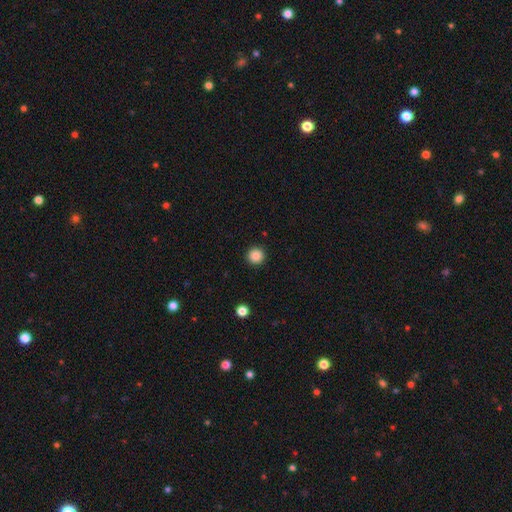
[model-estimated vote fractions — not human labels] Smooth or featured?
  - smooth: 87% *
  - star or artifact: 10%
  - featured or disk: 3%
How rounded?
  - round: 95% *
  - in between: 4%
  - cigar-shaped: 1%
Merging?
  - none: 93% *
  - minor disturbance: 5%
  - major disturbance: 2%
  - merger: 1%